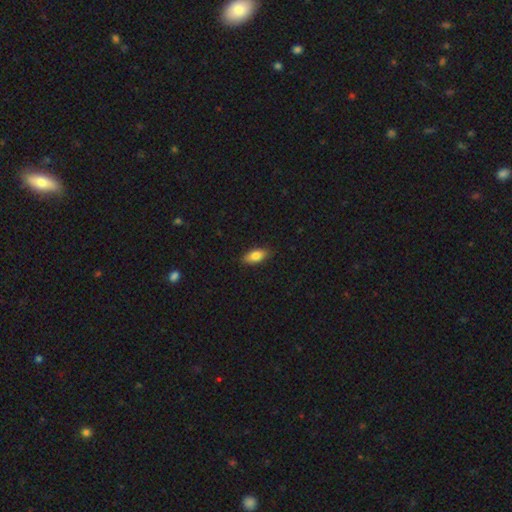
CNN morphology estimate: smooth-or-featured: smooth: 83% | featured or disk: 10% | star or artifact: 7%
  how-rounded: in between: 87% | cigar-shaped: 10% | round: 3%
  merging: none: 86% | minor disturbance: 11% | major disturbance: 2% | merger: 1%